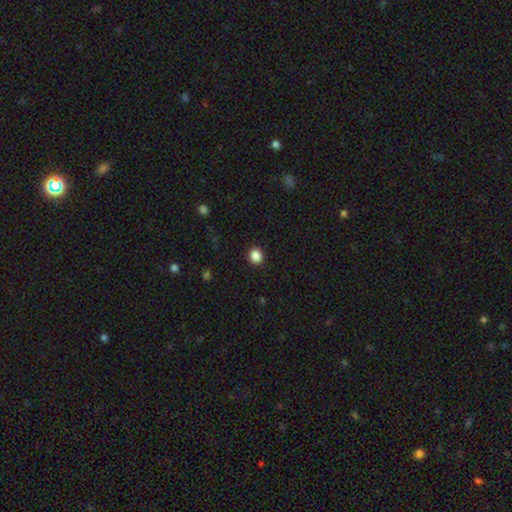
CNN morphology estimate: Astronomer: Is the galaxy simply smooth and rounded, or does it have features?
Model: smooth — 87%.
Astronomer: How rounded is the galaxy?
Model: round — 86%.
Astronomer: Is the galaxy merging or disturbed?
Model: none — 92%.